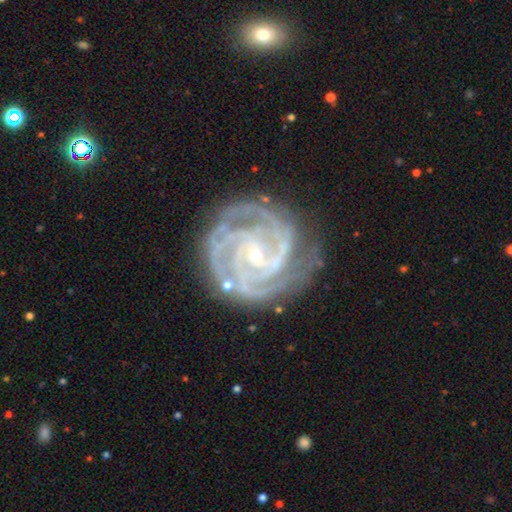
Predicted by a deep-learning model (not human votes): Q: Smooth or featured?
A: featured or disk (92%); runner-up: star or artifact (5%)
Q: Edge-on disk?
A: no (98%); runner-up: yes (2%)
Q: Bar?
A: no (51%); runner-up: weak (32%)
Q: Spiral arms?
A: yes (99%); runner-up: no (1%)
Q: Spiral winding?
A: tight (74%); runner-up: medium (24%)
Q: Spiral arm count?
A: 3 (34%); runner-up: 4 (29%)
Q: Bulge size?
A: small (84%); runner-up: moderate (13%)
Q: Merging?
A: none (73%); runner-up: minor disturbance (18%)